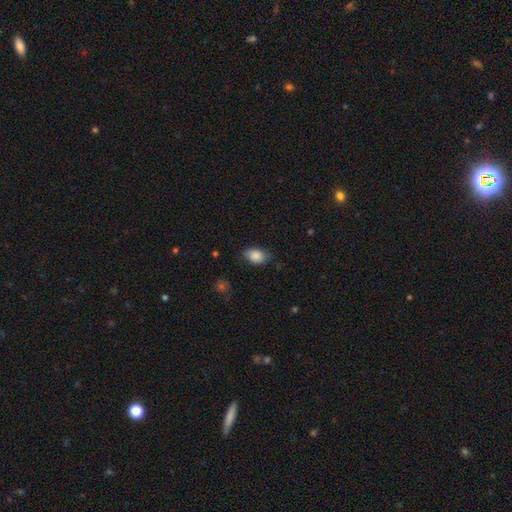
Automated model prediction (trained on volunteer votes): This is clearly a smooth galaxy (87%). How rounded: clearly in between (84%). Merging: likely none (74%).